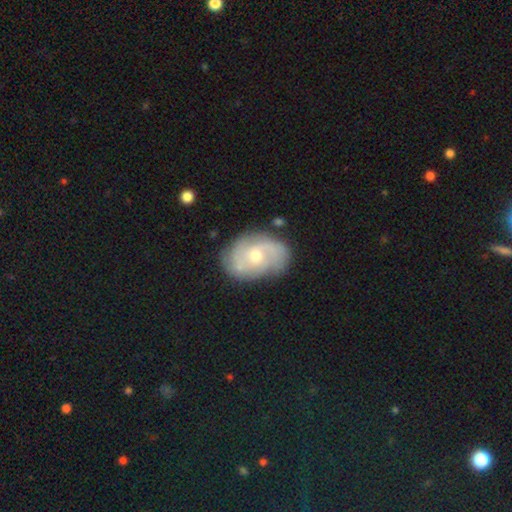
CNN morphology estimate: Smooth or featured?
  - featured or disk: 74% *
  - smooth: 20%
  - star or artifact: 6%
Edge-on disk?
  - no: 97% *
  - yes: 3%
Bar?
  - no: 66% *
  - weak: 30%
  - strong: 4%
Spiral arms?
  - yes: 90% *
  - no: 10%
Spiral winding?
  - medium: 42% *
  - tight: 38%
  - loose: 20%
Spiral arm count?
  - 2: 48% *
  - can't tell: 25%
  - 3: 15%
  - 1: 5%
  - 4: 4%
  - more than 4: 3%
Bulge size?
  - small: 48% * (tied)
  - moderate: 48% * (tied)
  - large: 2%
  - none: 1%
  - dominant: 1%
Merging?
  - none: 71% *
  - minor disturbance: 20%
  - major disturbance: 6%
  - merger: 3%